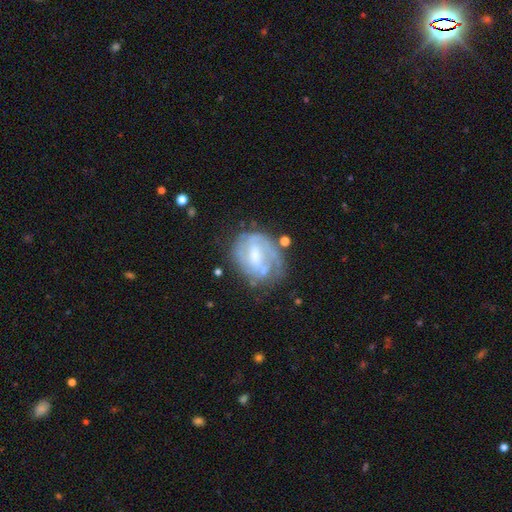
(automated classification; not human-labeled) A featured or disk galaxy (77%) with a weak bar (52%), 2 (37%) tight (55%) spiral arms (82%) and a moderate central bulge (45%).

Vote fractions:
- Smooth or featured? featured or disk: 77% / smooth: 16% / star or artifact: 7%
- Edge-on disk? no: 97% / yes: 3%
- Bar? weak: 52% / strong: 24% / no: 24%
- Spiral arms? yes: 82% / no: 18%
- Spiral winding? tight: 55% / medium: 34% / loose: 11%
- Spiral arm count? 2: 37% / can't tell: 35% / 3: 12% / 1: 11% / 4: 3% / more than 4: 2%
- Bulge size? moderate: 45% / small: 35% / none: 12% / large: 7% / dominant: 1%
- Merging? none: 56% / minor disturbance: 23% / major disturbance: 16% / merger: 5%